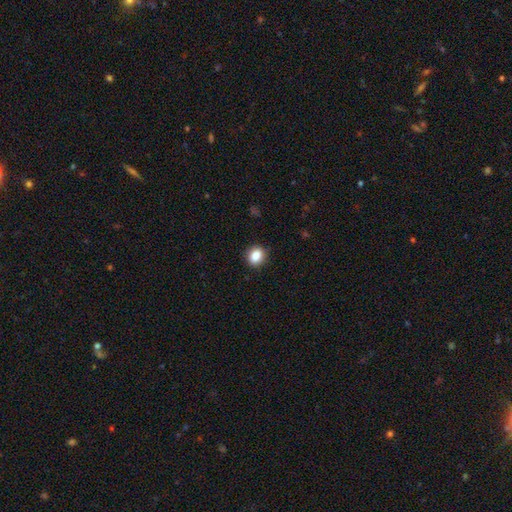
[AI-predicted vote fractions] A smooth galaxy with no disk features (86%) that is round (59%).

Vote fractions:
- Smooth or featured? smooth: 86% / star or artifact: 9% / featured or disk: 5%
- How rounded? round: 59% / in between: 40% / cigar-shaped: 1%
- Merging? none: 90% / minor disturbance: 7% / major disturbance: 2% / merger: 1%